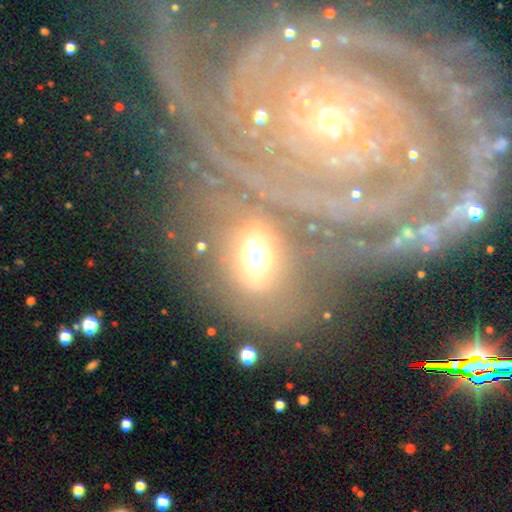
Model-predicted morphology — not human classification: Overall: featured or disk (64%). Edge-on disk: no (91%). Bar: no (60%; weak 23%). Spiral arms: yes (66%; no 34%). Bulge size: moderate (46%; large 25%). Merging: none (44%; merger 24%).